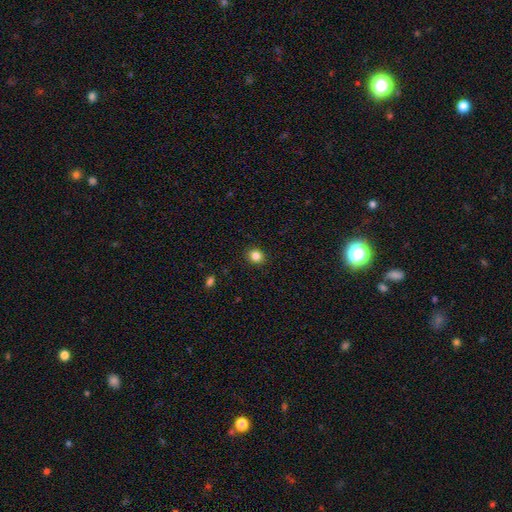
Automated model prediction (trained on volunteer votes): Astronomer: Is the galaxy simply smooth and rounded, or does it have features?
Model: smooth — 84%.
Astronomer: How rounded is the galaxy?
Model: round — 72%.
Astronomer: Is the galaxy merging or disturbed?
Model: none — 91%.